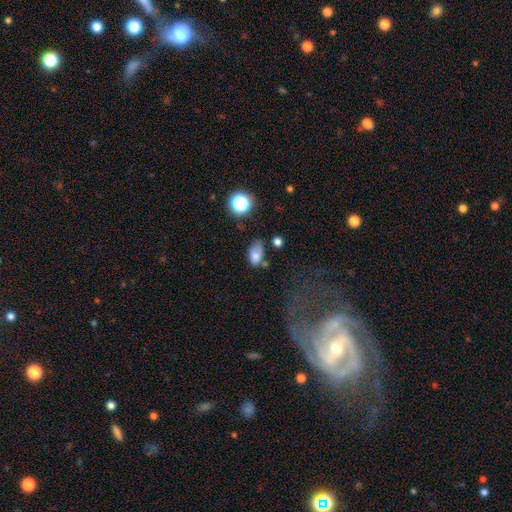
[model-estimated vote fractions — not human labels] smooth 75%, featured or disk 13%, star or artifact 12%. Down the decision tree: how rounded — in between (88%); merging — none (41%).